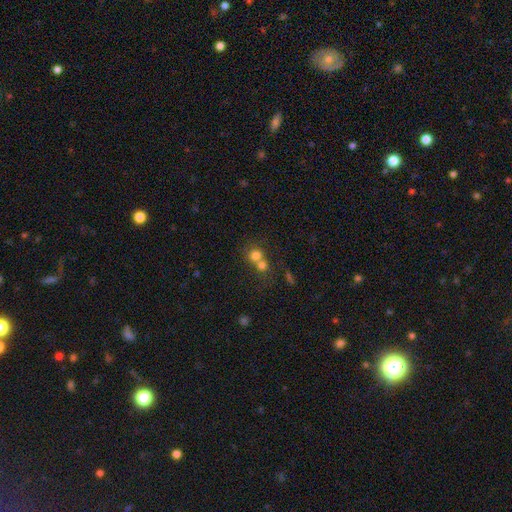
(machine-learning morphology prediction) This is likely a smooth galaxy (74%). How rounded: clearly round (81%). Merging: possibly merger (57%).